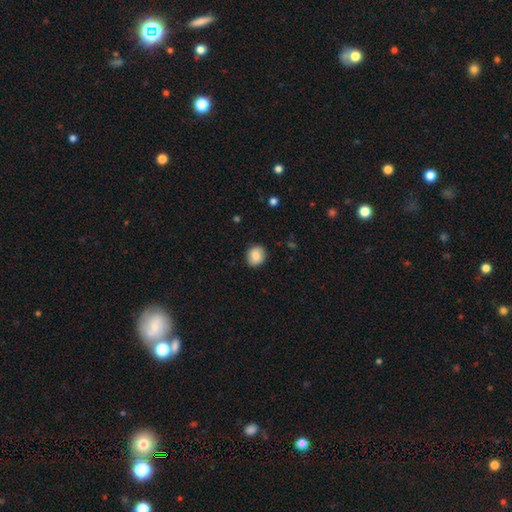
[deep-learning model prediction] smooth-or-featured: smooth: 83% | featured or disk: 9% | star or artifact: 8%
  how-rounded: round: 76% | in between: 23% | cigar-shaped: 1%
  merging: none: 86% | minor disturbance: 10% | major disturbance: 2% | merger: 1%